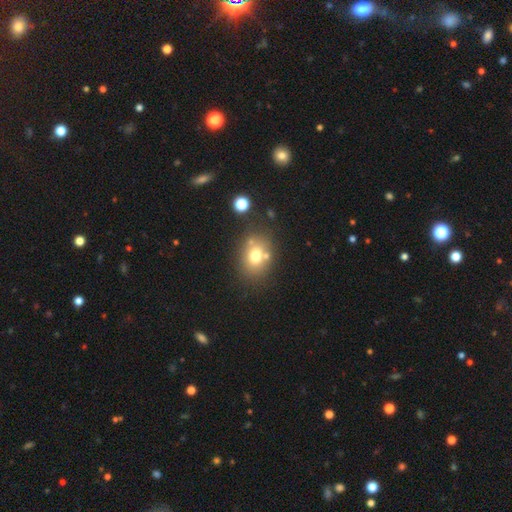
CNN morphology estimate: A smooth galaxy with no disk features (71%) that is in between round and cigar-shaped (51%).

Vote fractions:
- Smooth or featured? smooth: 71% / featured or disk: 16% / star or artifact: 13%
- How rounded? in between: 51% / round: 48% / cigar-shaped: 1%
- Merging? none: 69% / merger: 14% / minor disturbance: 13% / major disturbance: 5%